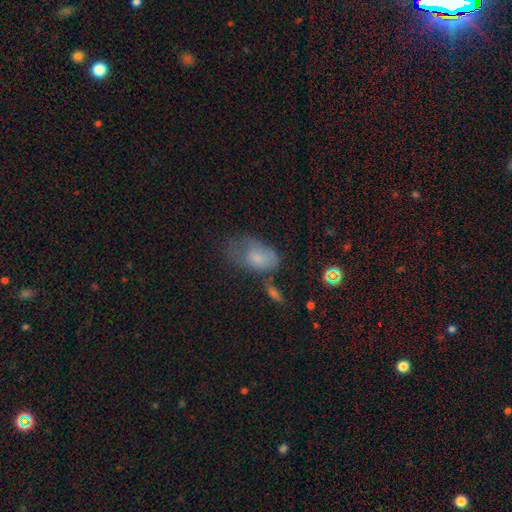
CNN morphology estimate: This is likely a smooth galaxy (65%). How rounded: clearly in between (88%). Merging: marginally none (34%).